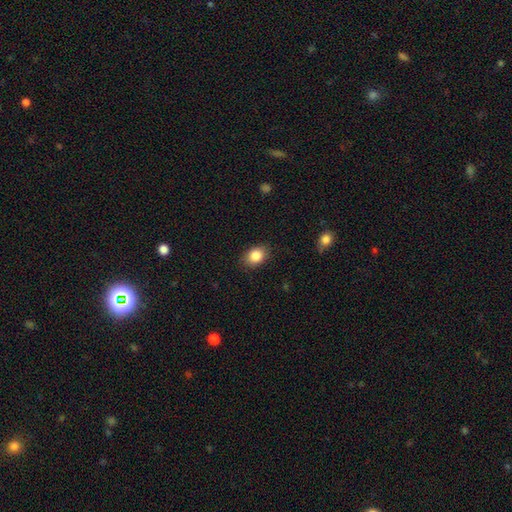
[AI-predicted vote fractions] smooth_or_featured: smooth (p=0.85) [alt: star or artifact p=0.08]
how_rounded: in between (p=0.71) [alt: round p=0.28]
merging: none (p=0.85) [alt: minor disturbance p=0.11]